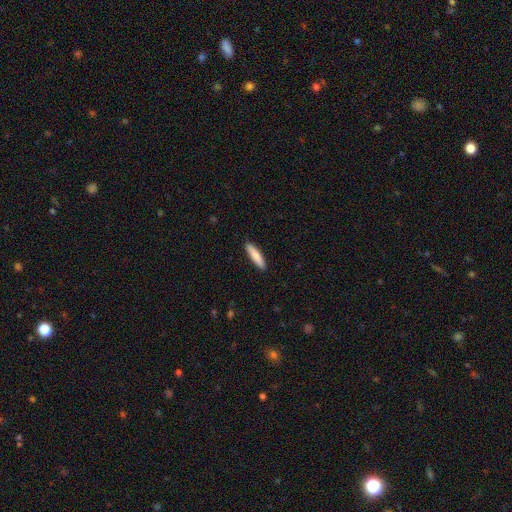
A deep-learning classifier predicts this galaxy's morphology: A smooth galaxy with no disk features (82%) that is cigar-shaped (81%).

Vote fractions:
- Smooth or featured? smooth: 82% / featured or disk: 13% / star or artifact: 5%
- How rounded? cigar-shaped: 81% / in between: 18% / round: 1%
- Merging? none: 90% / minor disturbance: 7% / major disturbance: 2% / merger: 1%